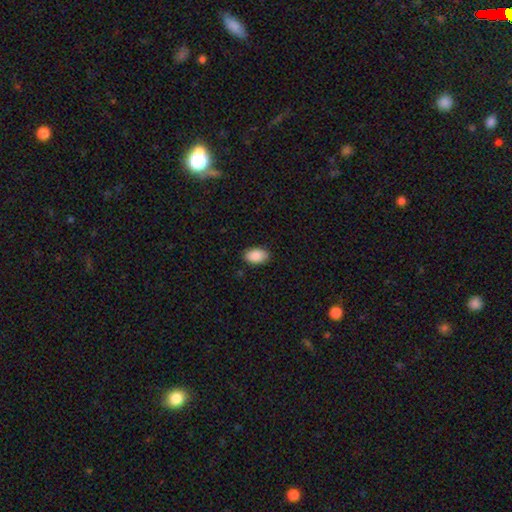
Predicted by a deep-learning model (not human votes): This is clearly a smooth galaxy (88%). How rounded: clearly in between (92%). Merging: clearly none (88%).